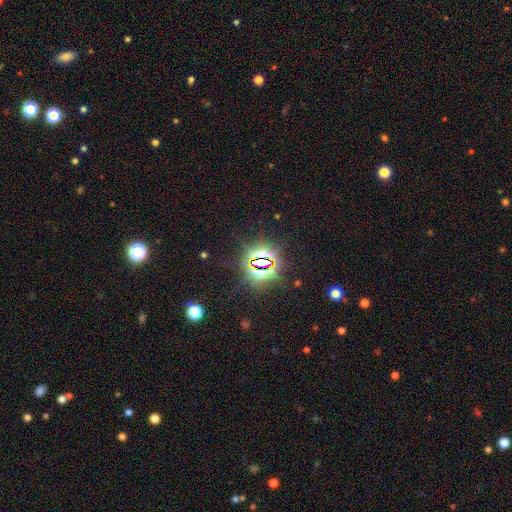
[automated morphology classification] smooth_or_featured: star or artifact (p=0.82) [alt: smooth p=0.11]